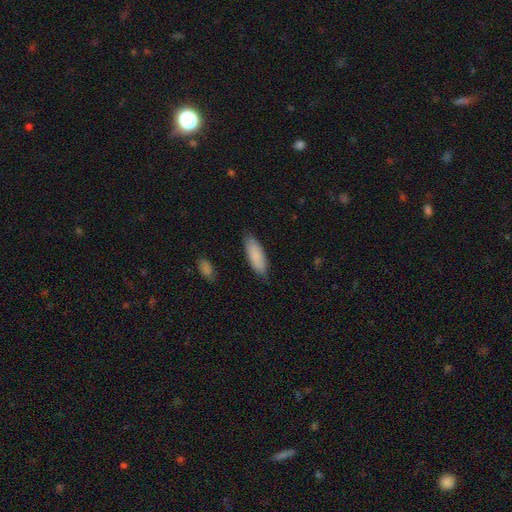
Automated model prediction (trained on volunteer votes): Overall: smooth (86%). How rounded: in between (64%; cigar-shaped 35%). Merging: none (83%).